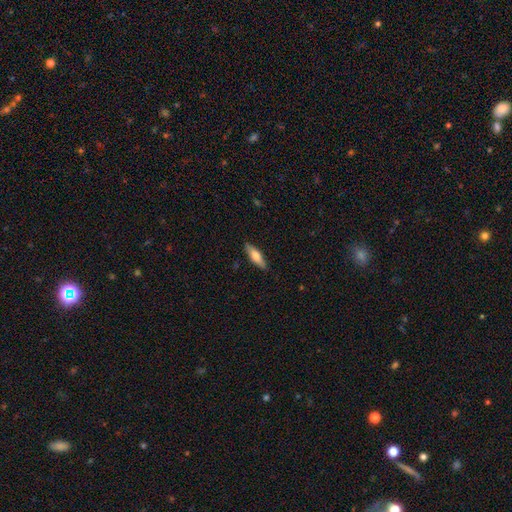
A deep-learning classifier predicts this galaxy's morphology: Overall: smooth (65%; featured or disk 29%). How rounded: cigar-shaped (56%; in between 42%). Merging: none (87%).